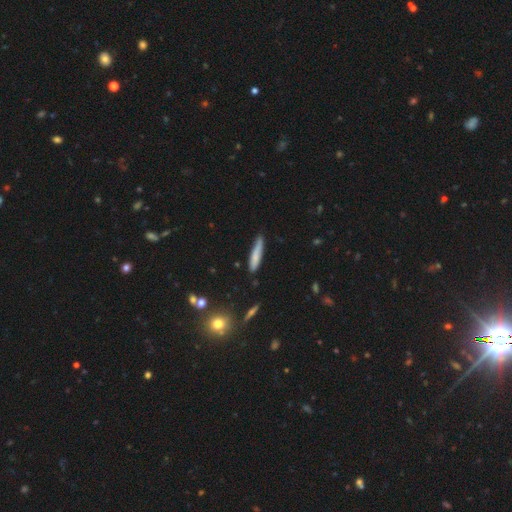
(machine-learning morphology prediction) The model was most divided on "merging": none: 74%, minor disturbance: 20%, major disturbance: 3%, merger: 2%. More confident: how rounded — cigar-shaped (88%); smooth or featured — smooth (74%).